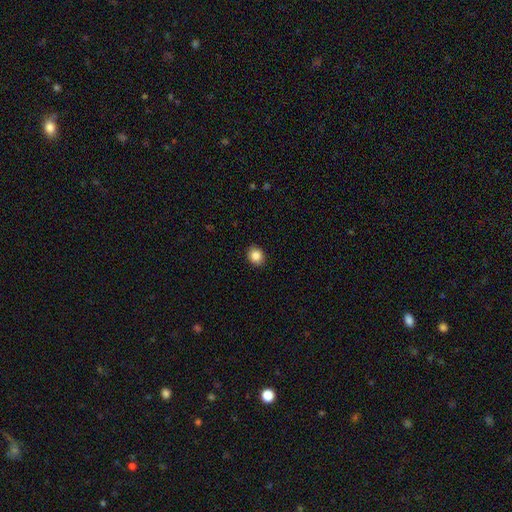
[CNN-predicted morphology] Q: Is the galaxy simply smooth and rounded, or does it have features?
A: smooth — 86%.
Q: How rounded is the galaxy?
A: round — 68%.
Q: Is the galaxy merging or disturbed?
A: none — 91%.